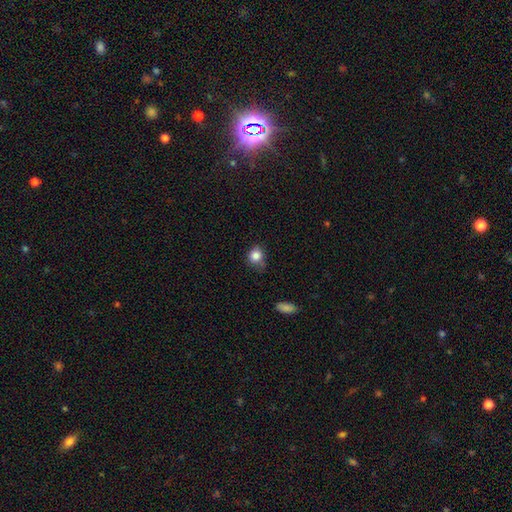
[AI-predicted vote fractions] smooth 84%, star or artifact 10%, featured or disk 6%. Down the decision tree: how rounded — round (70%); merging — none (57%).